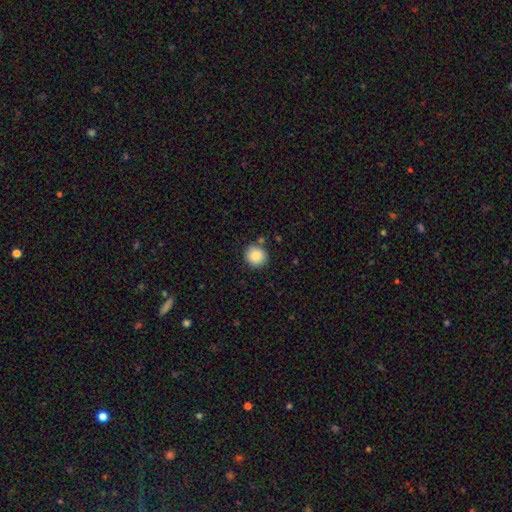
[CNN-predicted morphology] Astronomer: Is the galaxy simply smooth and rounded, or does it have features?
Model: smooth — 87%.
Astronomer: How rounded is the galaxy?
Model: round — 91%.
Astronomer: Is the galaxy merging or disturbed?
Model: none — 84%.